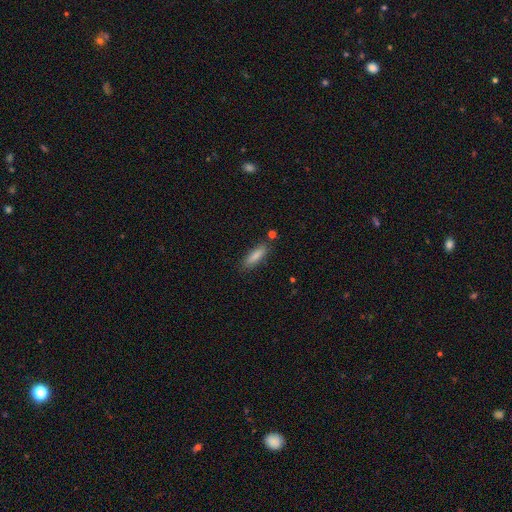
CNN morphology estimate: Smooth or featured: smooth — 84% (featured or disk — 9%)
How rounded: cigar-shaped — 64% (in between — 34%)
Merging: none — 83% (minor disturbance — 11%)